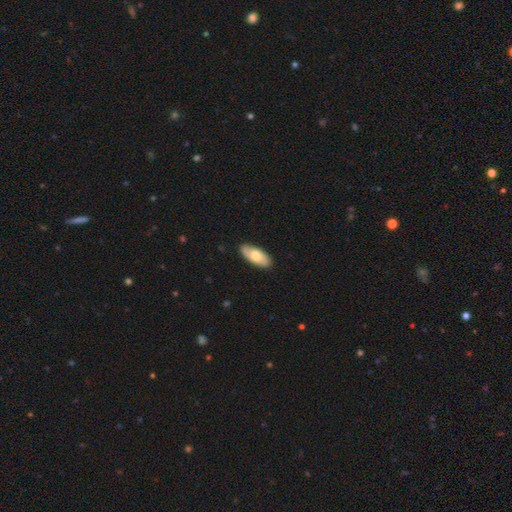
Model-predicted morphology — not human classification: The model was most divided on "smooth or featured": smooth: 66%, featured or disk: 29%, star or artifact: 5%. More confident: how rounded — in between (86%); merging — none (86%).